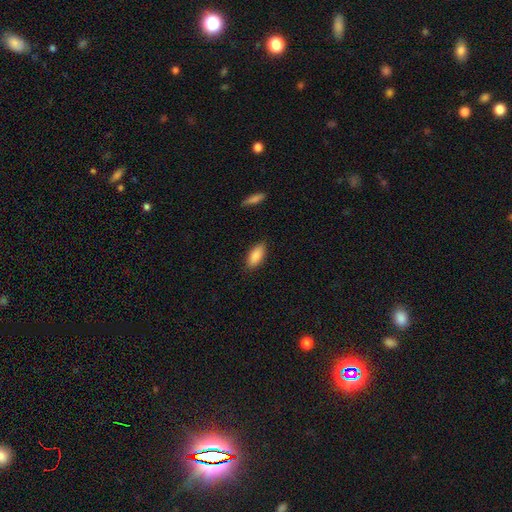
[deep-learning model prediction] Smooth or featured: smooth — 89% (star or artifact — 6%)
How rounded: in between — 86% (cigar-shaped — 12%)
Merging: none — 85% (minor disturbance — 11%)